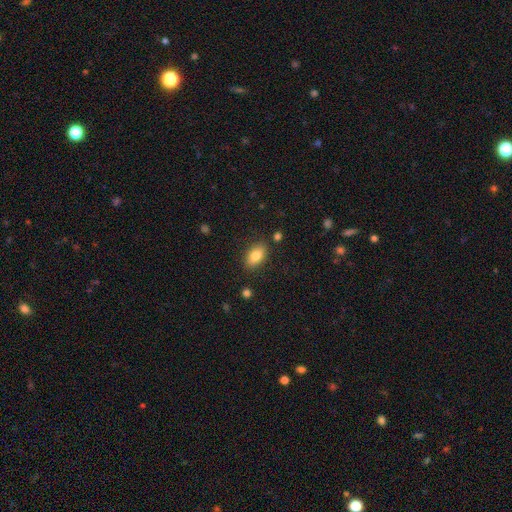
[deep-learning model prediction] Morphology: type=smooth (81%); roundness=in between (88%); merging=none (85%).